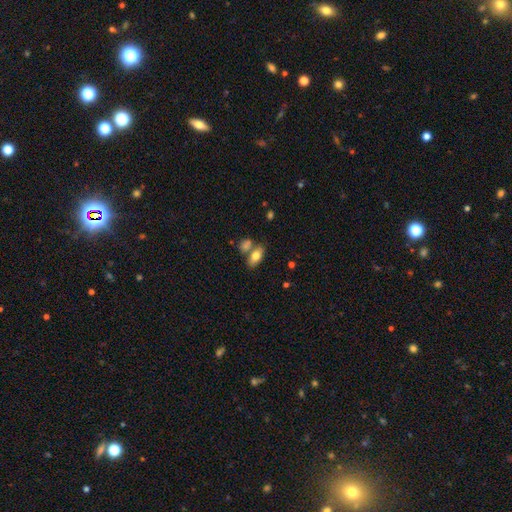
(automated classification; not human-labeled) A smooth galaxy with no disk features (76%) that is in between round and cigar-shaped (87%). Merging: none (59%).